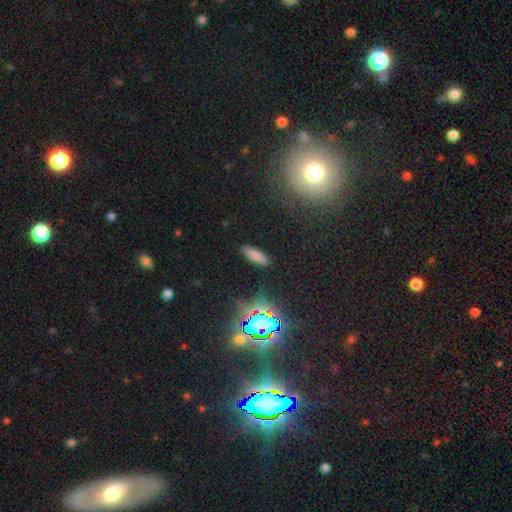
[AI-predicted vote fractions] This appears to be a smooth galaxy with no disk features (76%) that is in between round and cigar-shaped (49%). Merging: none (88%).